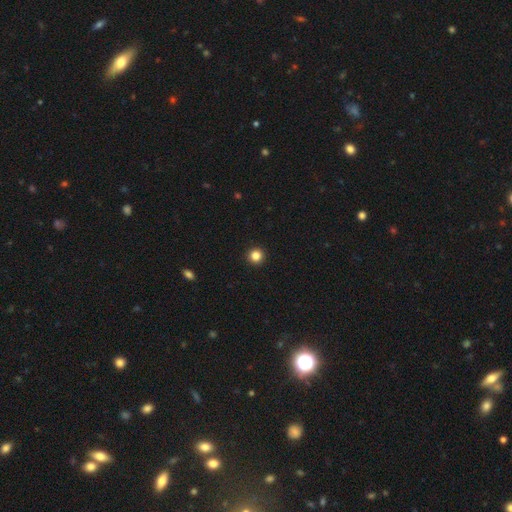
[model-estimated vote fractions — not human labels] Smooth or featured? smooth (85%)
How rounded? round (96%)
Merging? none (94%)